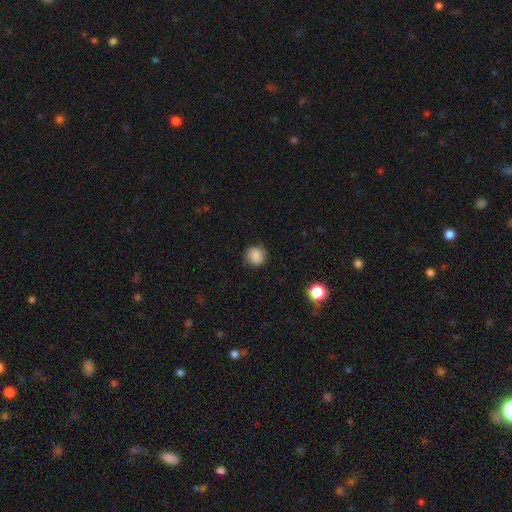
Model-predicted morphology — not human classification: This is clearly a smooth galaxy (82%). How rounded: clearly round (85%). Merging: clearly none (83%).